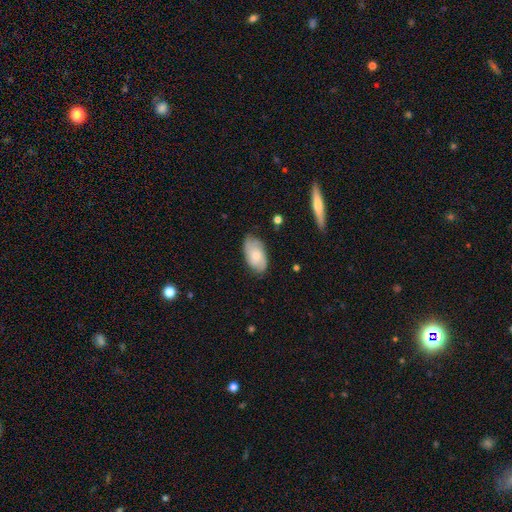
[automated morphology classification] Overall: smooth (53%; featured or disk 41%). How rounded: in between (93%). Merging: none (73%).